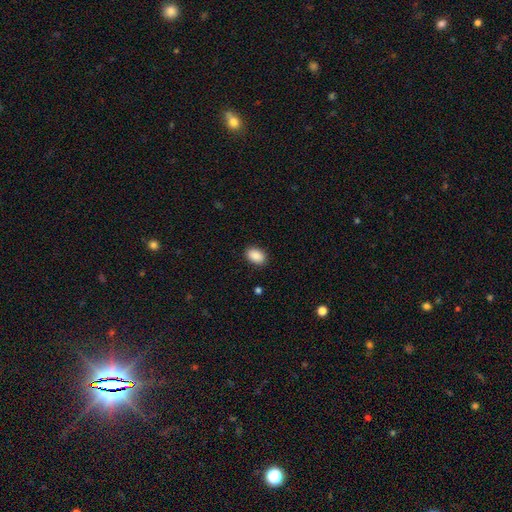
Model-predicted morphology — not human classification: A smooth galaxy with no disk features (89%) that is in between round and cigar-shaped (88%).

Vote fractions:
- Smooth or featured? smooth: 89% / star or artifact: 7% / featured or disk: 4%
- How rounded? in between: 88% / round: 11% / cigar-shaped: 1%
- Merging? none: 89% / minor disturbance: 8% / major disturbance: 2% / merger: 1%